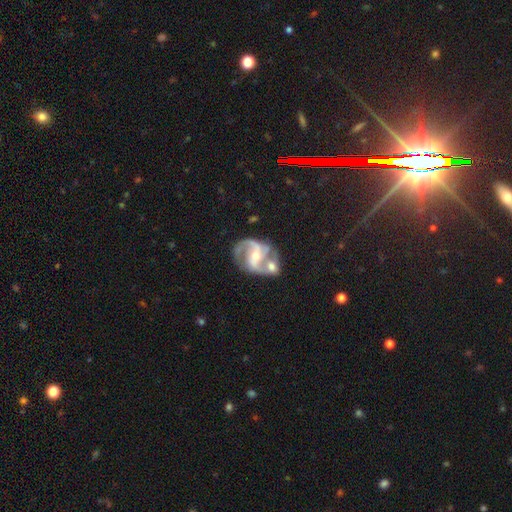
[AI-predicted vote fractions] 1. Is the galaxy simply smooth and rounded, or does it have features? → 89% featured or disk, 6% smooth, 5% star or artifact.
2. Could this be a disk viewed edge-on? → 98% no, 2% yes.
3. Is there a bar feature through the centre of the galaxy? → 42% weak, 30% no, 29% strong.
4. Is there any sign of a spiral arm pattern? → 96% yes, 4% no.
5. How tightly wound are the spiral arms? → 58% medium, 26% loose, 17% tight.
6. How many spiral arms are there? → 76% 2, 14% 3, 4% can't tell, 2% 1, 2% 4, 2% more than 4.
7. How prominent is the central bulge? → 53% moderate, 42% small, 2% large, 2% none, 1% dominant.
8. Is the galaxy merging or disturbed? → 39% merger, 38% none, 14% minor disturbance, 9% major disturbance.